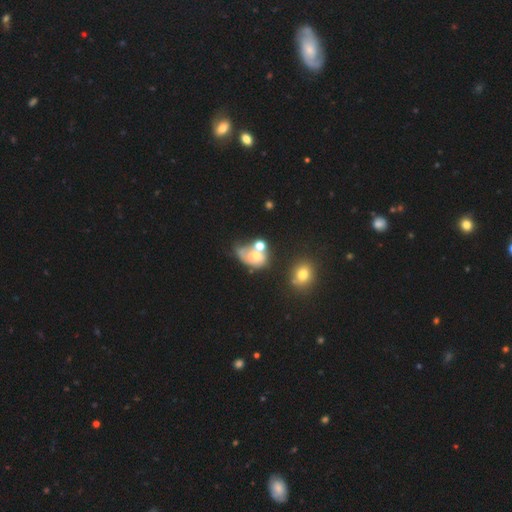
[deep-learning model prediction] smooth_or_featured: smooth (p=0.54) [alt: featured or disk p=0.33]
how_rounded: in between (p=0.60) [alt: round p=0.38]
merging: merger (p=0.37) [alt: major disturbance p=0.24]